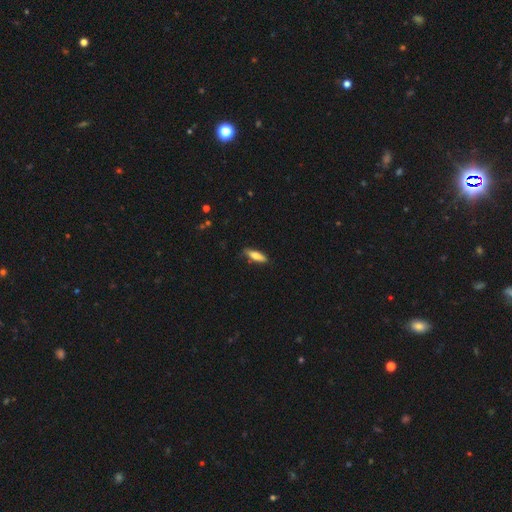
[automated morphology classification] smooth-or-featured: smooth: 71% | featured or disk: 24% | star or artifact: 6%
  how-rounded: cigar-shaped: 54% | in between: 44% | round: 2%
  merging: none: 81% | minor disturbance: 15% | major disturbance: 3% | merger: 1%